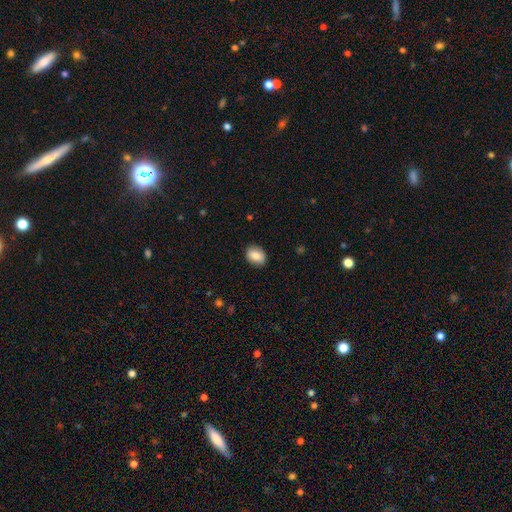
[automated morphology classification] Q: Smooth or featured?
A: smooth (81%); runner-up: featured or disk (11%)
Q: How rounded?
A: in between (59%); runner-up: round (40%)
Q: Merging?
A: none (86%); runner-up: minor disturbance (11%)